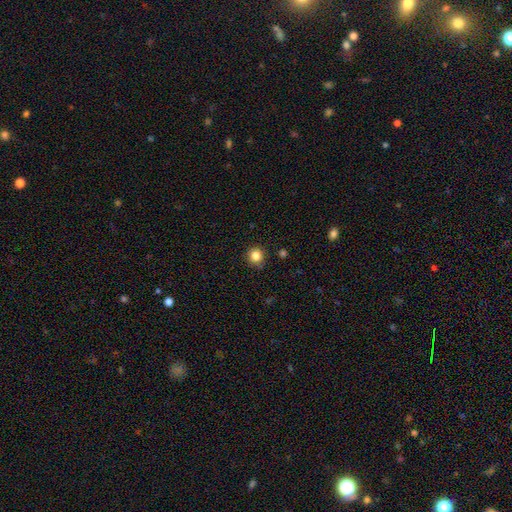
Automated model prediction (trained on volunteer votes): This is clearly a smooth galaxy (84%). How rounded: clearly round (92%). Merging: clearly none (88%).